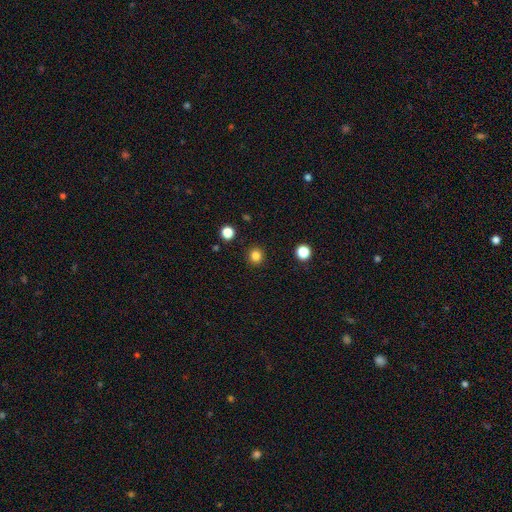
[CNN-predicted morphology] This appears to be a smooth galaxy with no disk features (83%) that is round (92%). Merging: none (92%).